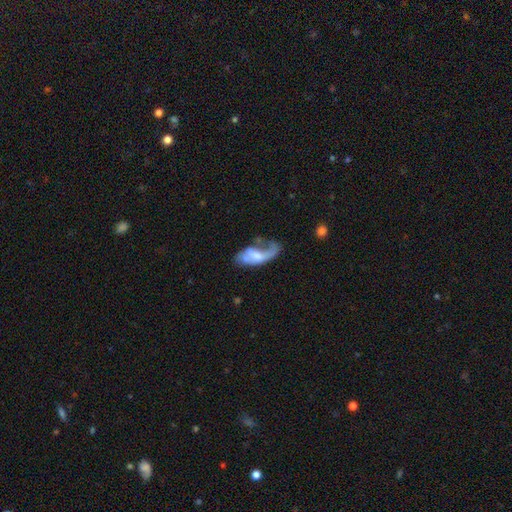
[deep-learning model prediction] smooth_or_featured: featured or disk (p=0.56) [alt: smooth p=0.36]
disk_edge_on: no (p=0.92) [alt: yes p=0.08]
bar: no (p=0.52) [alt: weak p=0.35]
has_spiral_arms: yes (p=0.63) [alt: no p=0.37]
bulge_size: moderate (p=0.35) [alt: small p=0.33]
merging: major disturbance (p=0.46) [alt: none p=0.23]